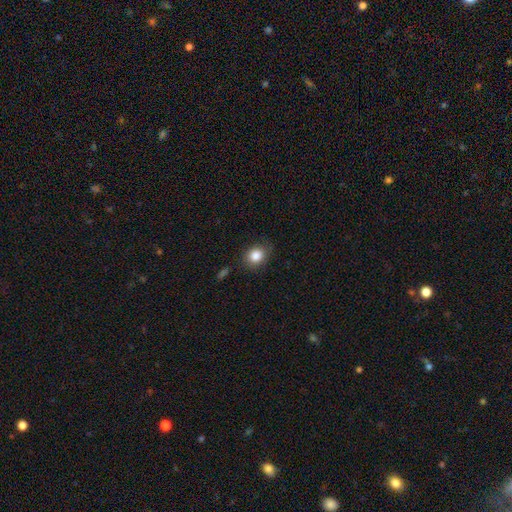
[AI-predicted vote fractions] A smooth galaxy with no disk features (85%) that is round (58%).

Vote fractions:
- Smooth or featured? smooth: 85% / star or artifact: 9% / featured or disk: 6%
- How rounded? round: 58% / in between: 41% / cigar-shaped: 1%
- Merging? none: 77% / minor disturbance: 17% / major disturbance: 4% / merger: 2%